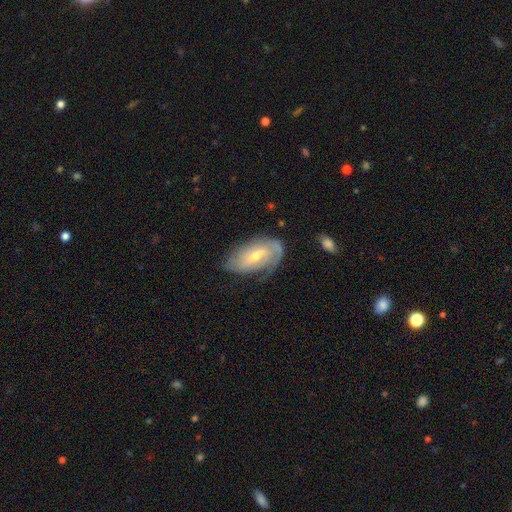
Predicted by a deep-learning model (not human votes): Smooth or featured? featured or disk (72%)
Edge-on disk? no (94%)
Bar? weak (47%)
Spiral arms? yes (87%)
Spiral winding? tight (50%)
Spiral arm count? 2 (41%)
Bulge size? small (52%)
Merging? none (60%)